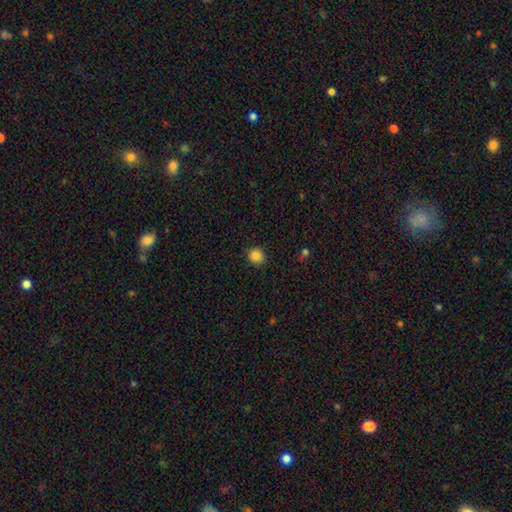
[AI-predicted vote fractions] Morphology: type=smooth (85%); roundness=round (86%); merging=none (90%).